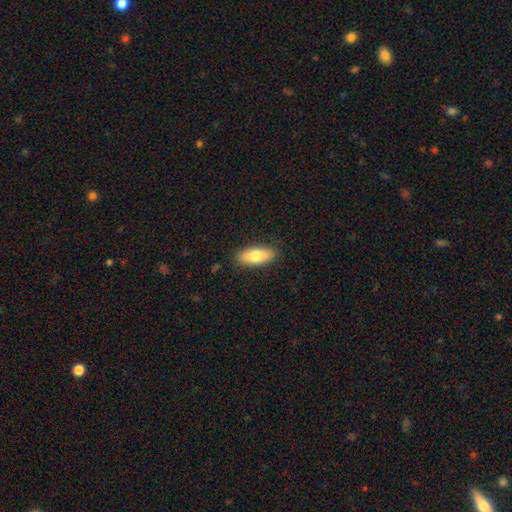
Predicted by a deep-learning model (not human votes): smooth_or_featured: smooth (p=0.79) [alt: featured or disk p=0.15]
how_rounded: in between (p=0.76) [alt: cigar-shaped p=0.21]
merging: none (p=0.87) [alt: minor disturbance p=0.10]